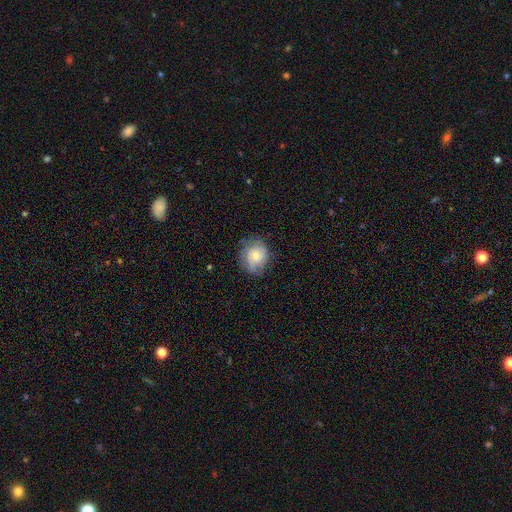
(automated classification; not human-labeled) smooth_or_featured: smooth (p=0.66) [alt: featured or disk p=0.26]
how_rounded: round (p=0.72) [alt: in between p=0.27]
merging: none (p=0.68) [alt: minor disturbance p=0.23]